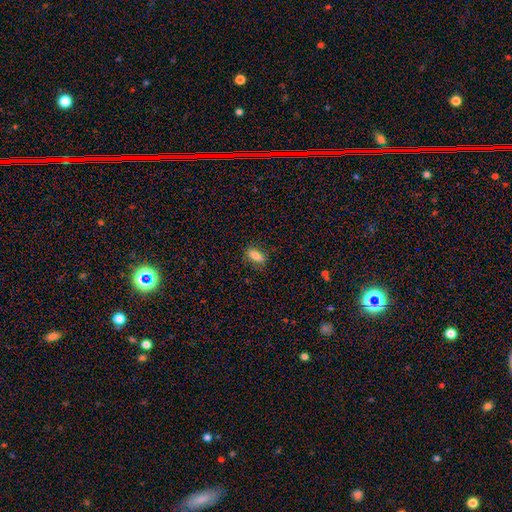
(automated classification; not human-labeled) smooth 83%, featured or disk 9%, star or artifact 9%. Down the decision tree: how rounded — in between (83%); merging — none (83%).